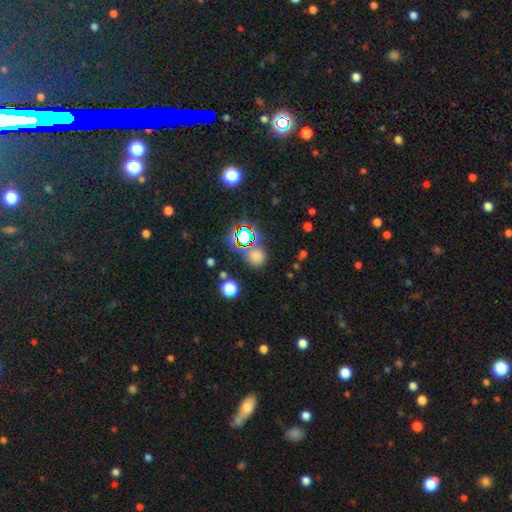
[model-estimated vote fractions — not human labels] This appears to be a smooth galaxy with no disk features (57%) that is round (81%). Merging: none (70%).